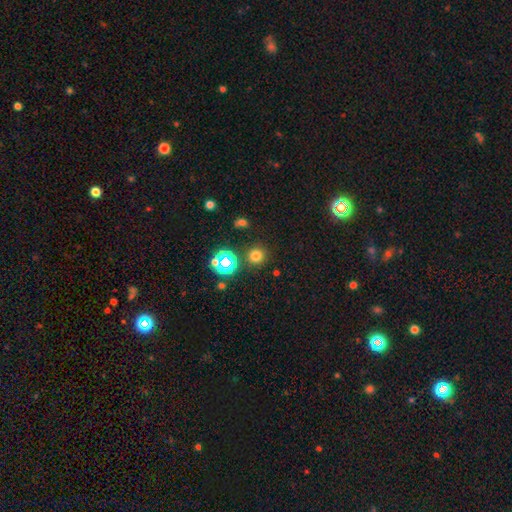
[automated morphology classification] type=smooth (70%); roundness=round (93%); merging=none (86%).